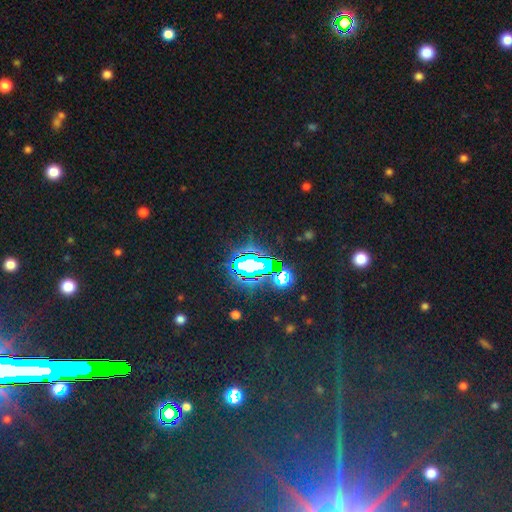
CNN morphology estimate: smooth_or_featured: star or artifact (p=0.76) [alt: smooth p=0.15]